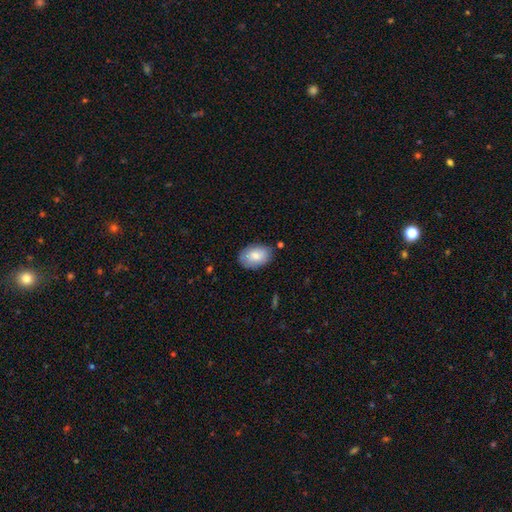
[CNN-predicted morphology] This is clearly a smooth galaxy (82%). How rounded: clearly in between (89%). Merging: clearly none (81%).